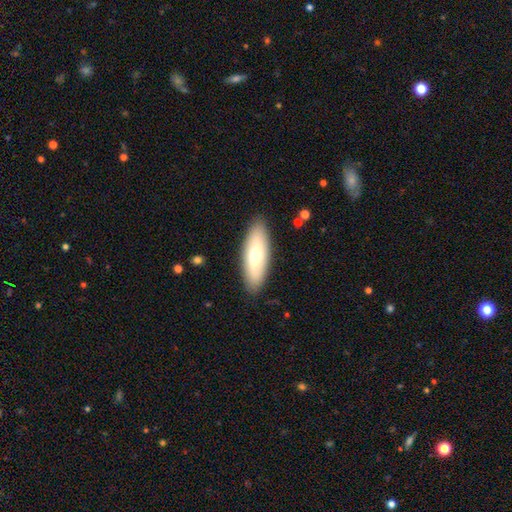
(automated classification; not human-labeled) The model was most divided on "smooth or featured": smooth: 61%, featured or disk: 34%, star or artifact: 6%. More confident: merging — none (89%); how rounded — in between (66%).